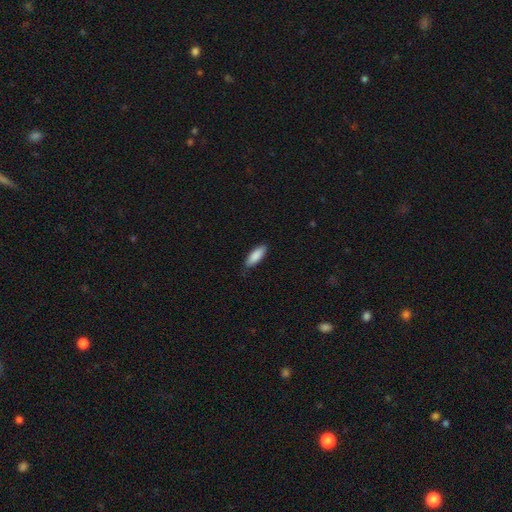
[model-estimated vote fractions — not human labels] Smooth or featured? Predicted: smooth (p=0.89). How rounded? Predicted: in between (p=0.65). Merging? Predicted: none (p=0.84).